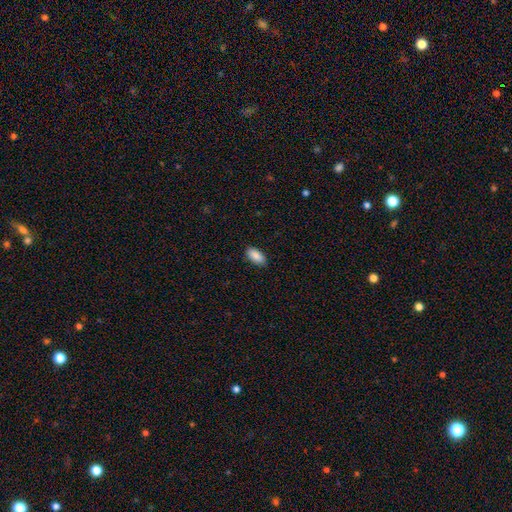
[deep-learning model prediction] Morphology: type=smooth (89%); roundness=in between (92%); merging=none (88%).